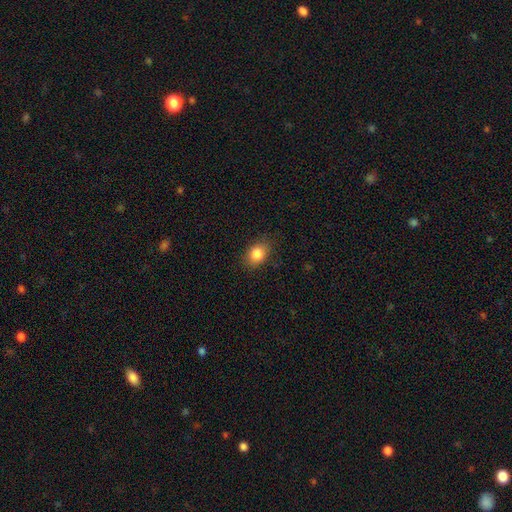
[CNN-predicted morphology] Smooth or featured? smooth (84%)
How rounded? in between (67%)
Merging? none (85%)